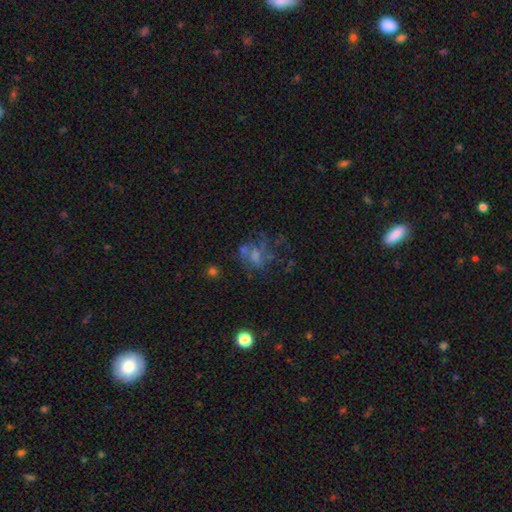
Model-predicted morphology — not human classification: A featured or disk galaxy (43%). Merging: none (39%).